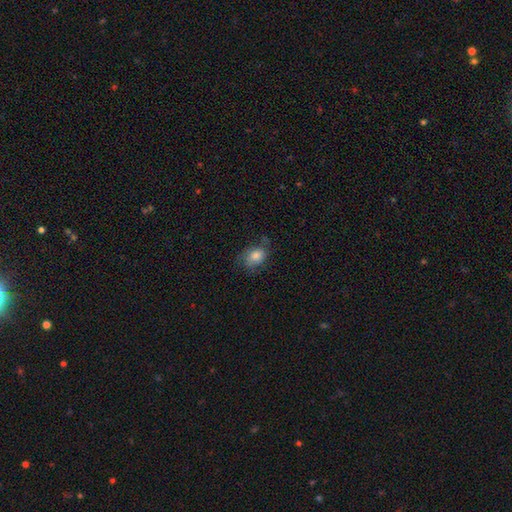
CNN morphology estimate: Smooth or featured? smooth (80%)
How rounded? in between (65%)
Merging? none (61%)